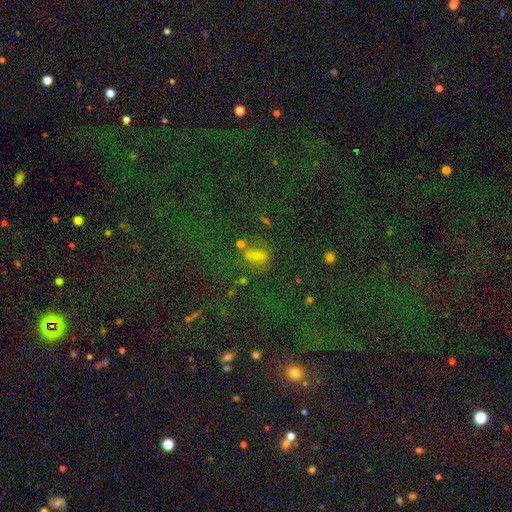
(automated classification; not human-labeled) smooth-or-featured: star or artifact: 47% | smooth: 38% | featured or disk: 14%